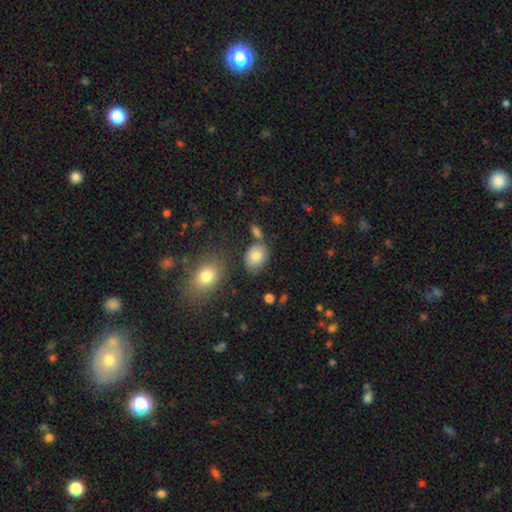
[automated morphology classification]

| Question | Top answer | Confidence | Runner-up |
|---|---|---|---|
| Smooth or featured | smooth | 82% | featured or disk (9%) |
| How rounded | in between | 68% | round (31%) |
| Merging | none | 69% | minor disturbance (17%) |